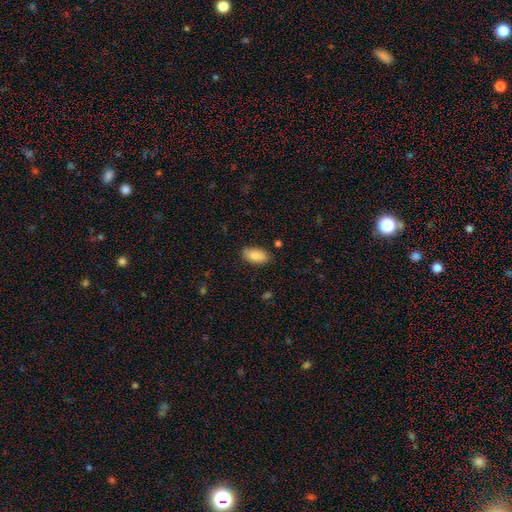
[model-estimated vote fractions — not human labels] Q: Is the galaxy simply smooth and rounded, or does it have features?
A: smooth — 87%.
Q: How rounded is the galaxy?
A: in between — 92%.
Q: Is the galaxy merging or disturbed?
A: none — 81%.